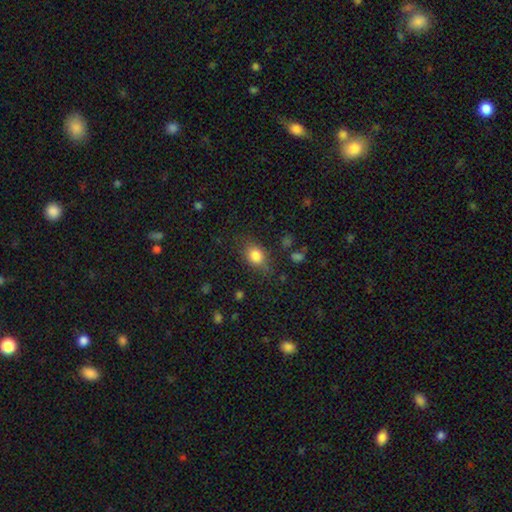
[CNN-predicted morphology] Smooth or featured? Predicted: smooth (p=0.82). How rounded? Predicted: in between (p=0.59). Merging? Predicted: none (p=0.71).